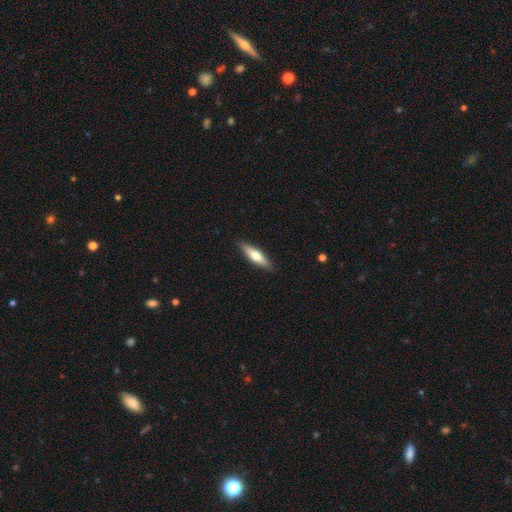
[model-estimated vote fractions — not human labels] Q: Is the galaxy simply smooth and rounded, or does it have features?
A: smooth — 58%.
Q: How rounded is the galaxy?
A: cigar-shaped — 69%.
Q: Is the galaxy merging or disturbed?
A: none — 89%.